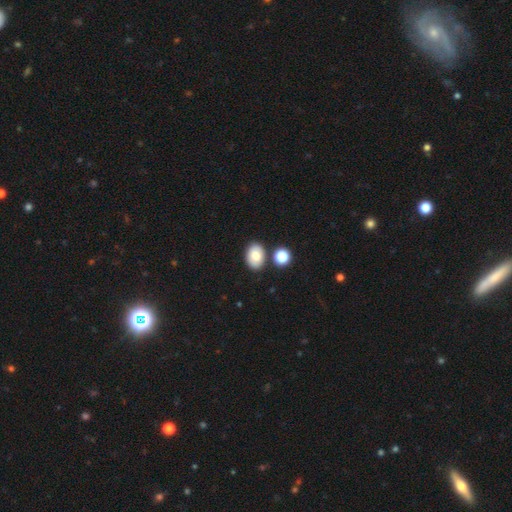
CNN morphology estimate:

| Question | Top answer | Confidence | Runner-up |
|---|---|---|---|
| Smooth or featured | smooth | 75% | featured or disk (16%) |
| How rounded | in between | 81% | round (18%) |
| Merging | none | 79% | minor disturbance (10%) |